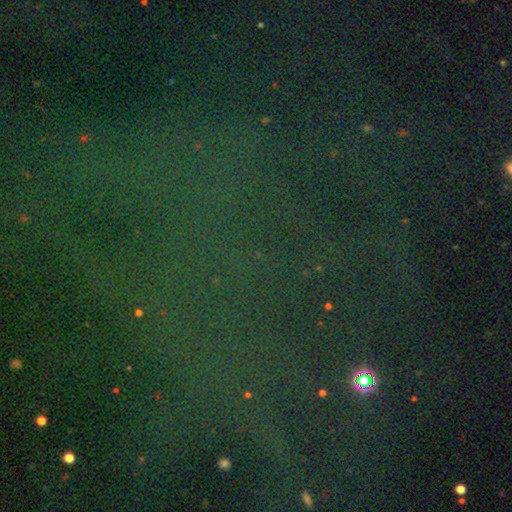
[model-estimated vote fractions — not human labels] smooth_or_featured: star or artifact (p=0.81) [alt: smooth p=0.11]